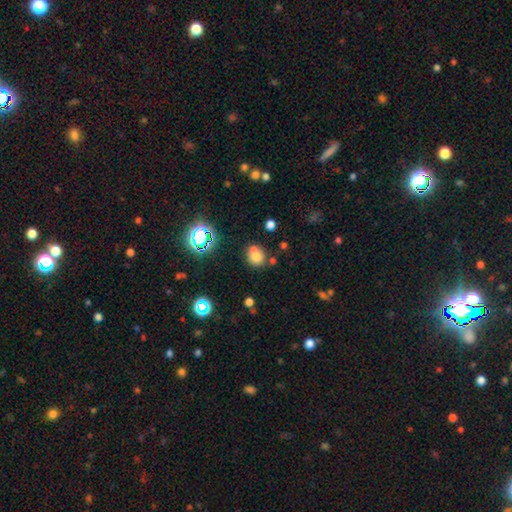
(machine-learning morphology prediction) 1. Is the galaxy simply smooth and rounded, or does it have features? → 71% smooth, 18% star or artifact, 10% featured or disk.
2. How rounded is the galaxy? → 81% round, 18% in between, 1% cigar-shaped.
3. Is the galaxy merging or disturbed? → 57% none, 25% merger, 13% minor disturbance, 5% major disturbance.